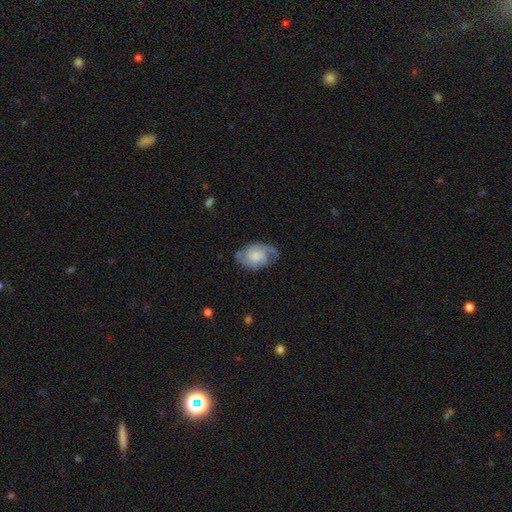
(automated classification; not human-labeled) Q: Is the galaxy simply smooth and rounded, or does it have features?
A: featured or disk — 68%.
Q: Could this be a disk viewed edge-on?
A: no — 97%.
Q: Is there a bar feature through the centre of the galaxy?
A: no — 68%.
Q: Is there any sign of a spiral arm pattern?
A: yes — 92%.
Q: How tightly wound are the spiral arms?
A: medium — 45%.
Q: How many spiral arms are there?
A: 2 — 66%.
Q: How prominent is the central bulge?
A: none — 30%.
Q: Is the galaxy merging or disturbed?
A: none — 63%.